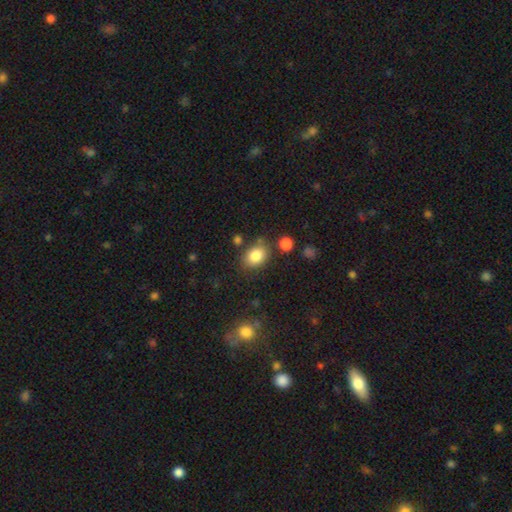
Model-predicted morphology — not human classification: smooth-or-featured: smooth: 84% | star or artifact: 9% | featured or disk: 7%
  how-rounded: in between: 60% | round: 39% | cigar-shaped: 1%
  merging: none: 73% | minor disturbance: 16% | merger: 7% | major disturbance: 5%